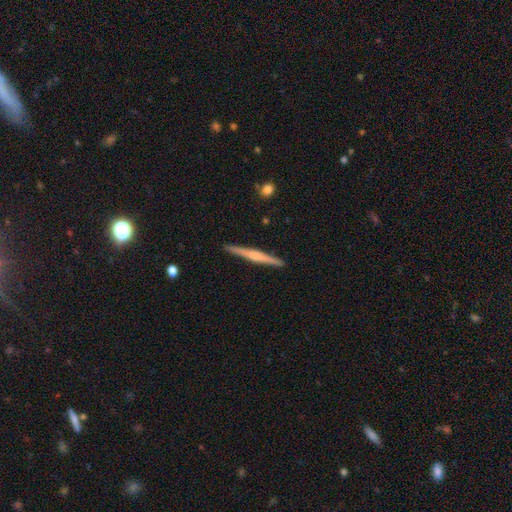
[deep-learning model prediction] Q: Smooth or featured?
A: featured or disk (62%); runner-up: smooth (33%)
Q: Edge-on disk?
A: yes (98%); runner-up: no (2%)
Q: Edge-on bulge?
A: rounded (51%); runner-up: none (28%)
Q: Merging?
A: none (92%); runner-up: minor disturbance (6%)